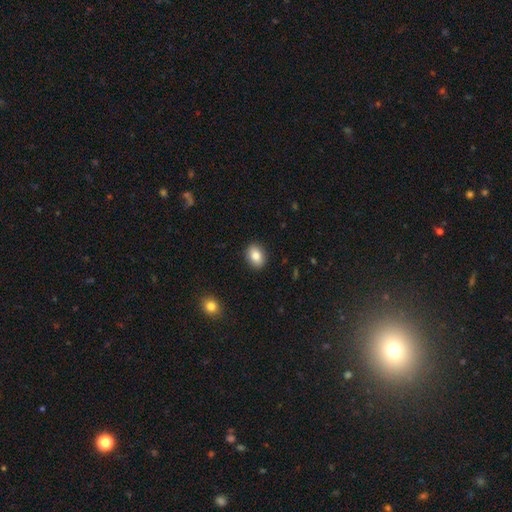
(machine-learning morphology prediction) A smooth galaxy with no disk features (84%) that is in between round and cigar-shaped (73%). Merging: none (90%).